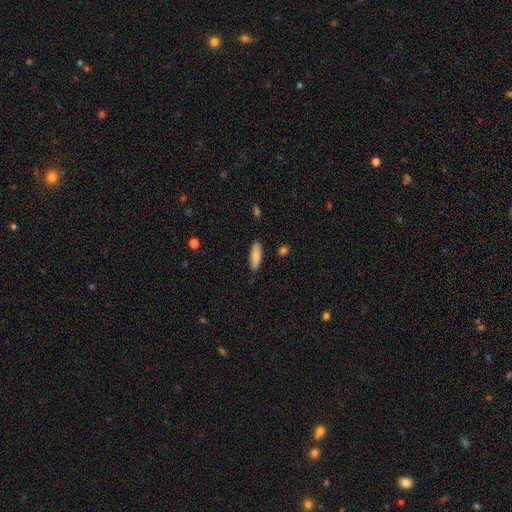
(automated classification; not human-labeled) This appears to be a smooth galaxy with no disk features (84%) that is in between round and cigar-shaped (56%). Merging: none (85%).